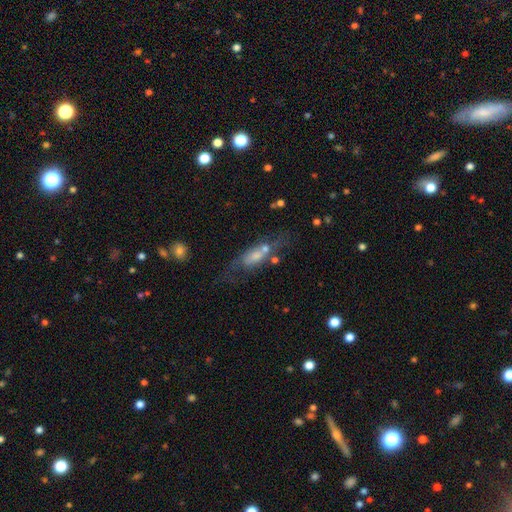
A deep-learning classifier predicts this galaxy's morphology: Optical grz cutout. It shows a featured or disk galaxy (44%). Merging: none (44%).